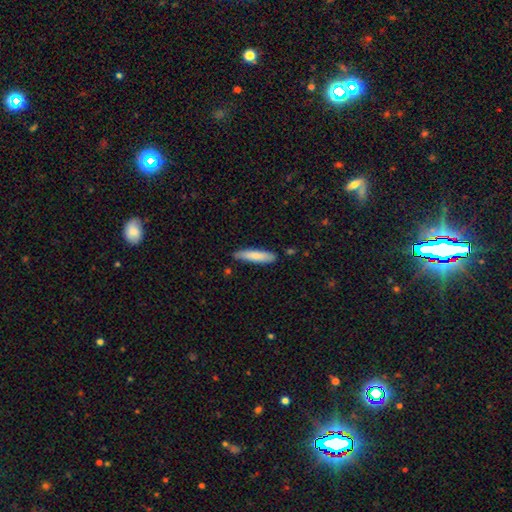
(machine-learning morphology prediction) Q: Smooth or featured?
A: smooth (82%); runner-up: featured or disk (13%)
Q: How rounded?
A: cigar-shaped (82%); runner-up: in between (17%)
Q: Merging?
A: none (80%); runner-up: minor disturbance (15%)